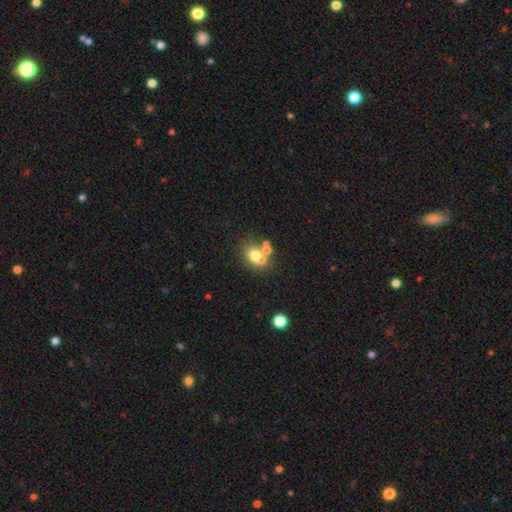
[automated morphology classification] A smooth galaxy with no disk features (65%) that is round (58%).

Vote fractions:
- Smooth or featured? smooth: 65% / featured or disk: 21% / star or artifact: 15%
- How rounded? round: 58% / in between: 41% / cigar-shaped: 1%
- Merging? merger: 44% / none: 42% / minor disturbance: 9% / major disturbance: 5%